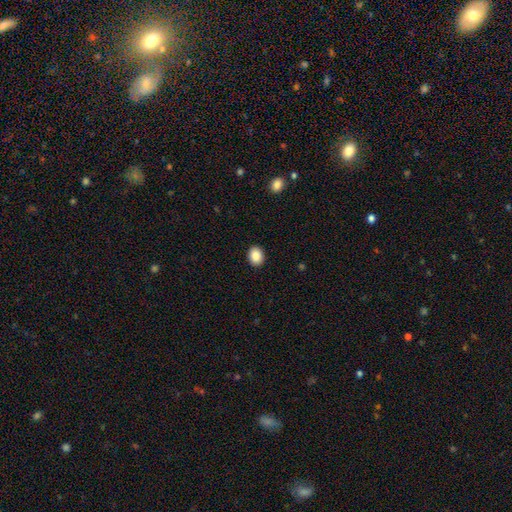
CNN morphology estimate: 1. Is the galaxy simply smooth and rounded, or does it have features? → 88% smooth, 8% star or artifact, 4% featured or disk.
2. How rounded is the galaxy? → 53% in between, 46% round, 1% cigar-shaped.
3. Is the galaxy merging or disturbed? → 91% none, 6% minor disturbance, 2% major disturbance, 1% merger.